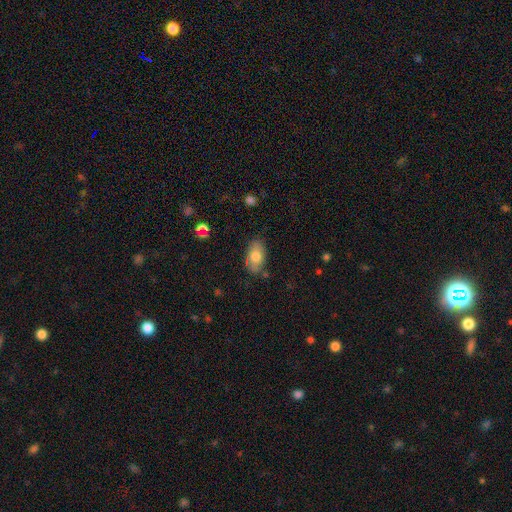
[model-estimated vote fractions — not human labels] A smooth galaxy with no disk features (72%) that is in between round and cigar-shaped (92%).

Vote fractions:
- Smooth or featured? smooth: 72% / featured or disk: 21% / star or artifact: 7%
- How rounded? in between: 92% / round: 5% / cigar-shaped: 2%
- Merging? none: 75% / minor disturbance: 19% / major disturbance: 4% / merger: 3%